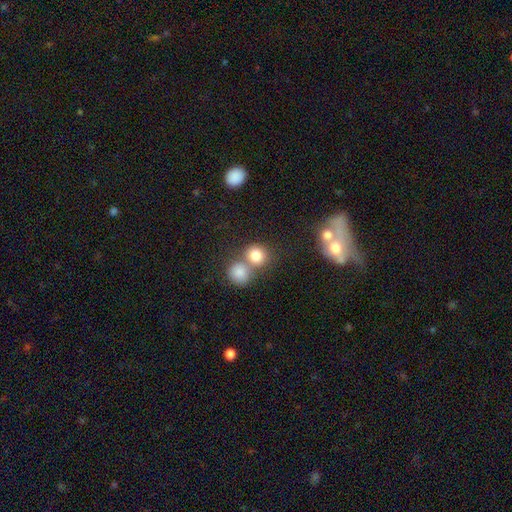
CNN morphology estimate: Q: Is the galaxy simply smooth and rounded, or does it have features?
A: smooth — 80%.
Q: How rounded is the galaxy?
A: round — 81%.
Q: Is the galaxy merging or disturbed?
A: none — 47%.